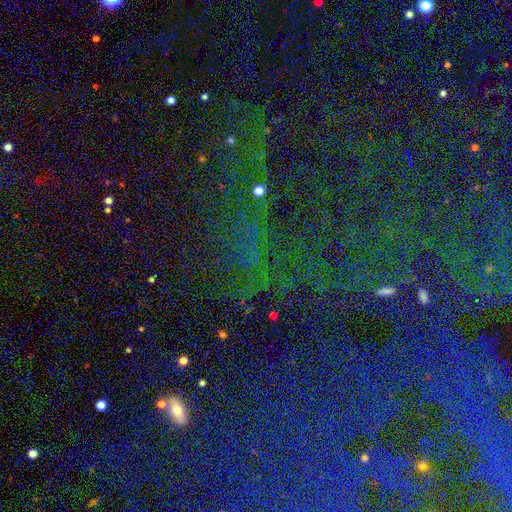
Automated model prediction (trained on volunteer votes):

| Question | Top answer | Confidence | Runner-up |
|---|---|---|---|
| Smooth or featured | star or artifact | 81% | smooth (10%) |